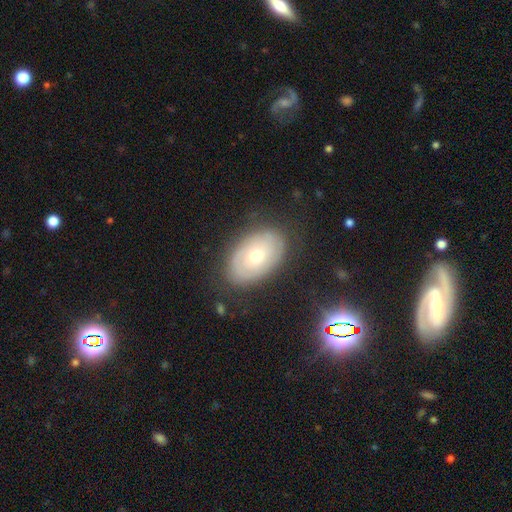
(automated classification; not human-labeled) Smooth or featured? Predicted: featured or disk (p=0.54). Edge-on disk? Predicted: no (p=0.92). Merging? Predicted: none (p=0.80).